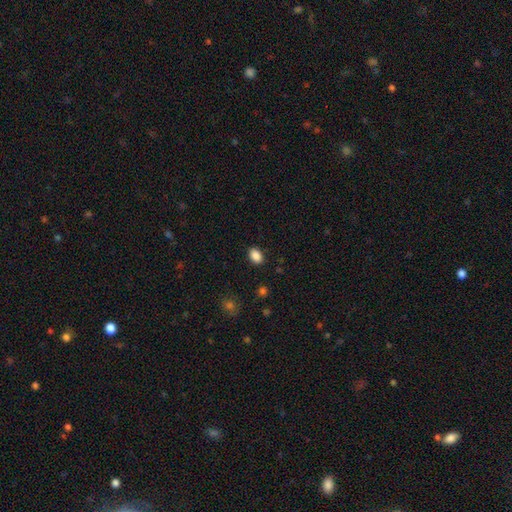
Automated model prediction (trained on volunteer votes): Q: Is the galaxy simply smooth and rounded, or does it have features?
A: smooth — 88%.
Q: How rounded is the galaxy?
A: in between — 83%.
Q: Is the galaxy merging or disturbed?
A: none — 88%.